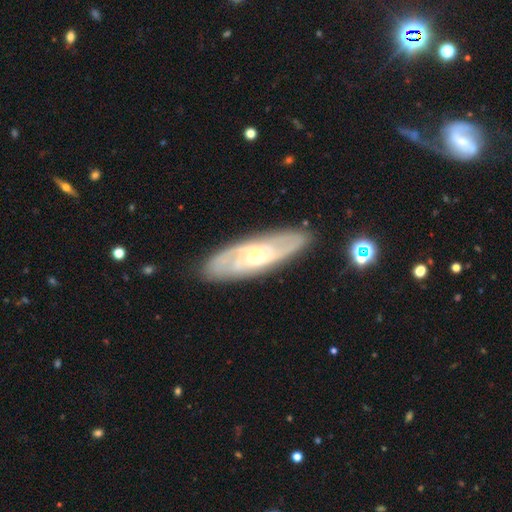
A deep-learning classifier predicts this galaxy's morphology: smooth-or-featured: featured or disk: 80% | smooth: 15% | star or artifact: 6%
  disk-edge-on: no: 85% | yes: 15%
    bar: no: 52% | weak: 39% | strong: 9%
    has-spiral-arms: yes: 93% | no: 7%
      spiral-winding: tight: 44% | medium: 43% | loose: 13%
      spiral-arm-count: 2: 47% | can't tell: 28% | 3: 15% | 4: 5% | 1: 3% | more than 4: 3%
    bulge-size: small: 59% | moderate: 36% | large: 2% | none: 2% | dominant: 1%
  merging: none: 84% | minor disturbance: 12% | major disturbance: 3% | merger: 2%